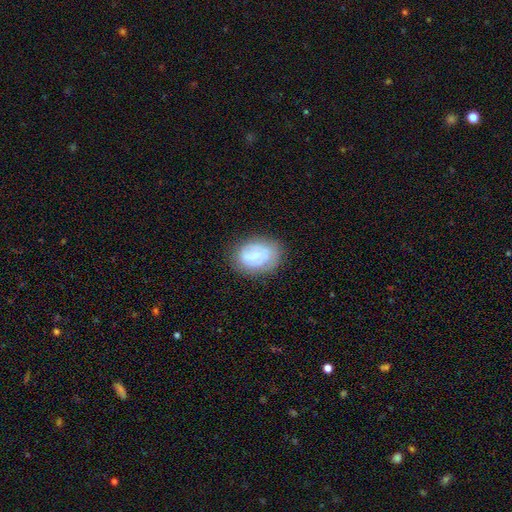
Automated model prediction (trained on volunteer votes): This is possibly a smooth galaxy (50%). How rounded: likely in between (67%). Merging: likely none (72%).